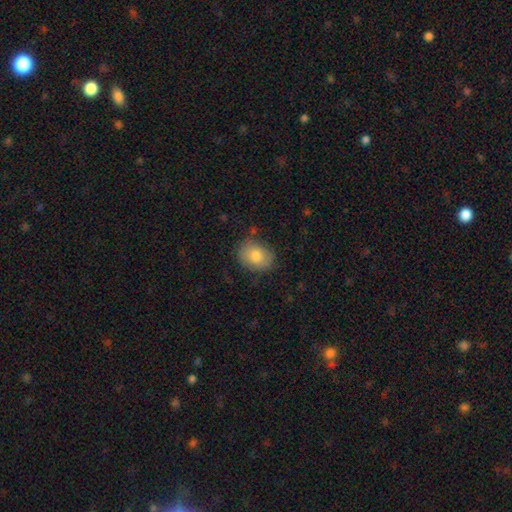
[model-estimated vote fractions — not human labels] Smooth or featured: smooth — 80% (featured or disk — 12%)
How rounded: in between — 53% (round — 46%)
Merging: none — 80% (minor disturbance — 15%)